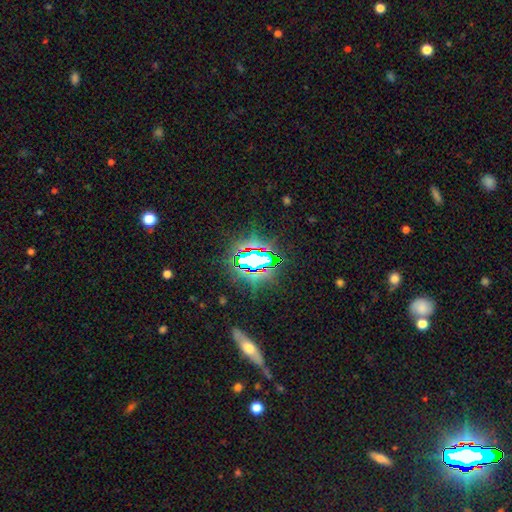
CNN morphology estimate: Smooth or featured? star or artifact (72%)